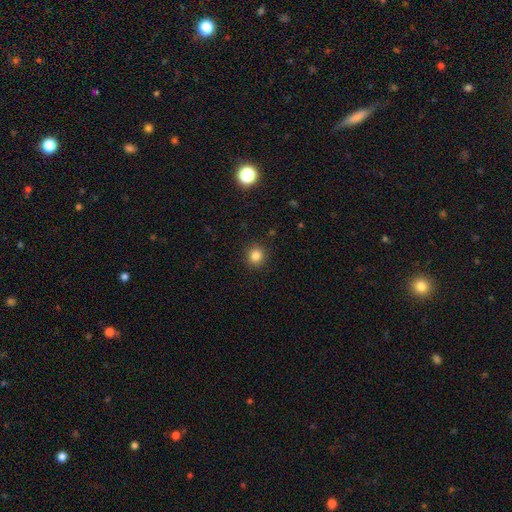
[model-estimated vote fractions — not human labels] This is clearly a smooth galaxy (83%). How rounded: clearly round (90%). Merging: clearly none (91%).